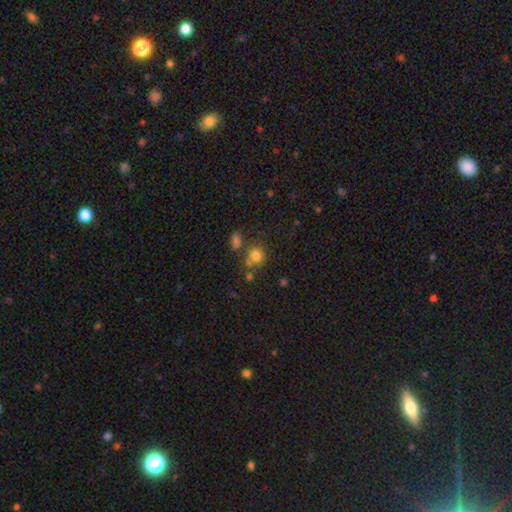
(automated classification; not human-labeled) This appears to be a smooth galaxy with no disk features (77%) that is round (78%). Merging: none (58%).